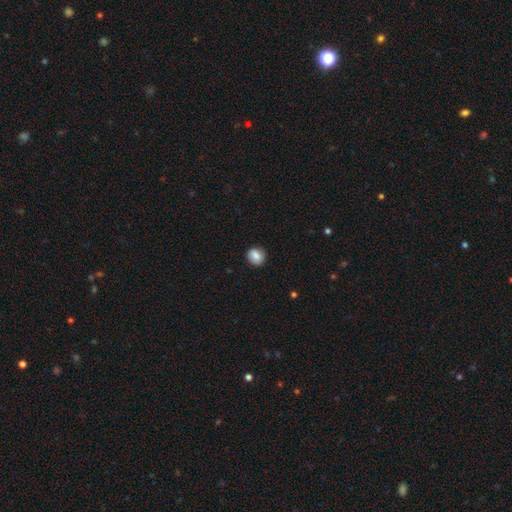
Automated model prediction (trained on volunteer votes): A smooth galaxy with no disk features (80%) that is round (79%).

Vote fractions:
- Smooth or featured? smooth: 80% / featured or disk: 11% / star or artifact: 8%
- How rounded? round: 79% / in between: 20% / cigar-shaped: 1%
- Merging? none: 85% / minor disturbance: 11% / major disturbance: 3% / merger: 1%